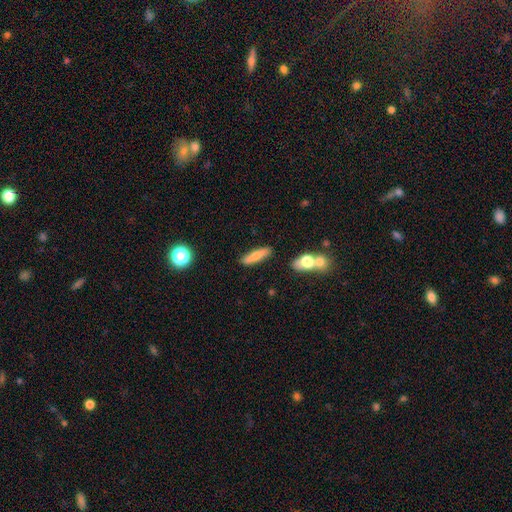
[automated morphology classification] Smooth or featured? Predicted: smooth (p=0.70). How rounded? Predicted: cigar-shaped (p=0.78). Merging? Predicted: none (p=0.85).